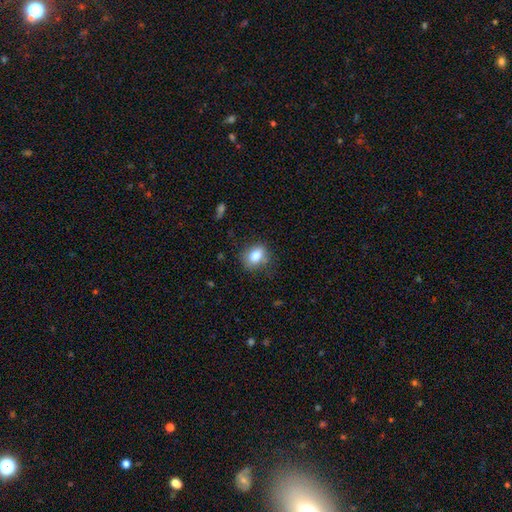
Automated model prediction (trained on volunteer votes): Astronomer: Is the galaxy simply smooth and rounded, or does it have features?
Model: smooth — 83%.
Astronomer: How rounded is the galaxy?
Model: in between — 68%.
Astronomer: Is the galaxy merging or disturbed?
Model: none — 69%.